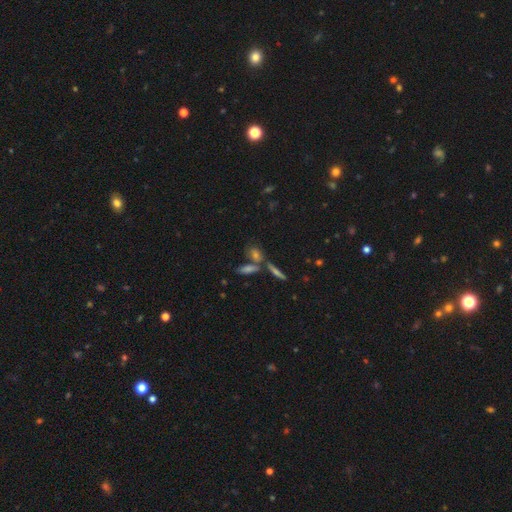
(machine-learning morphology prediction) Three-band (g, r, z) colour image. It shows a smooth galaxy with no disk features (38%). Merging: none (48%).